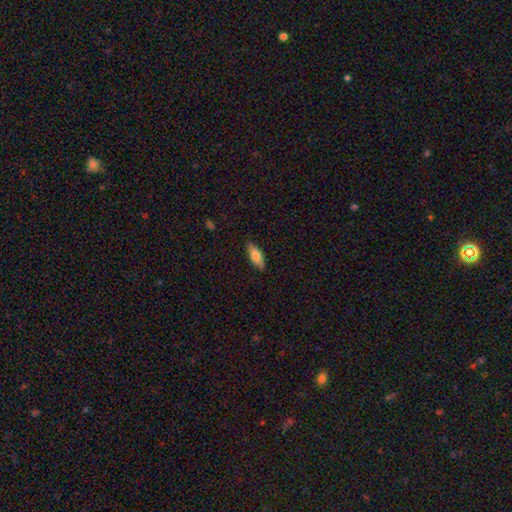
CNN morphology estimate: Q: Smooth or featured?
A: smooth (75%); runner-up: featured or disk (19%)
Q: How rounded?
A: in between (68%); runner-up: cigar-shaped (30%)
Q: Merging?
A: none (87%); runner-up: minor disturbance (10%)